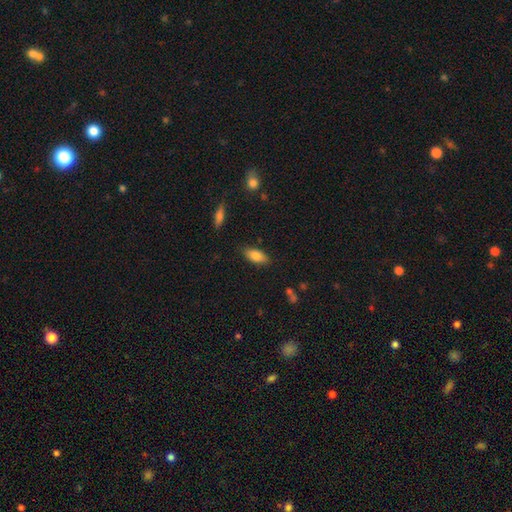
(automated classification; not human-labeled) Overall: smooth (80%). How rounded: in between (84%). Merging: none (84%).